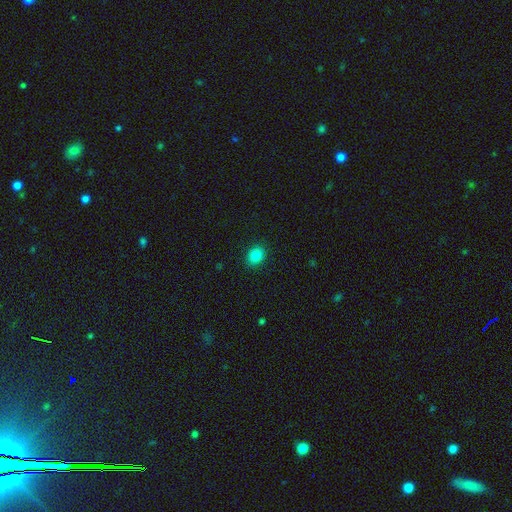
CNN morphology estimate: This is clearly a smooth galaxy (86%). How rounded: possibly in between (54%). Merging: clearly none (89%).